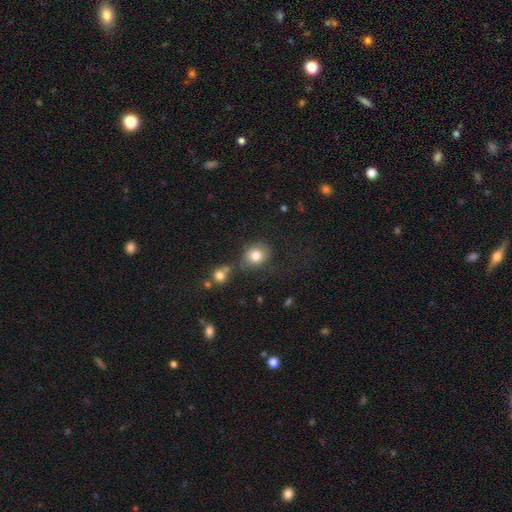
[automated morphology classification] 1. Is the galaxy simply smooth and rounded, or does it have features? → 80% smooth, 11% featured or disk, 9% star or artifact.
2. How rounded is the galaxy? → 63% round, 36% in between, 1% cigar-shaped.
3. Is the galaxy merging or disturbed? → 55% none, 22% minor disturbance, 12% merger, 10% major disturbance.